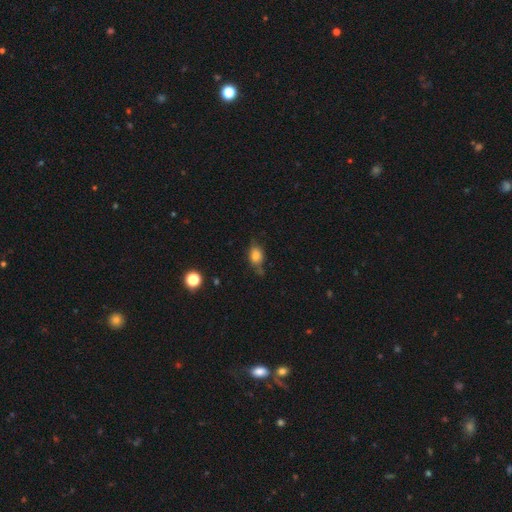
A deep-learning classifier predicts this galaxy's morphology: smooth-or-featured: smooth: 77% | featured or disk: 13% | star or artifact: 11%
  how-rounded: in between: 68% | round: 29% | cigar-shaped: 3%
  merging: none: 58% | minor disturbance: 29% | major disturbance: 8% | merger: 5%